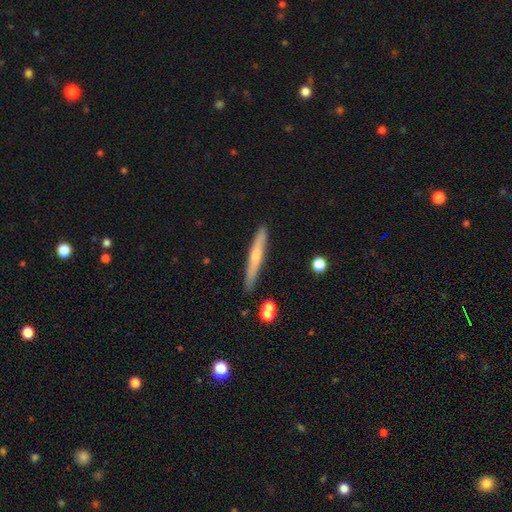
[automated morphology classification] Q: Smooth or featured?
A: featured or disk (61%); runner-up: smooth (31%)
Q: Edge-on disk?
A: yes (93%); runner-up: no (7%)
Q: Edge-on bulge?
A: rounded (80%); runner-up: none (16%)
Q: Merging?
A: none (84%); runner-up: minor disturbance (11%)